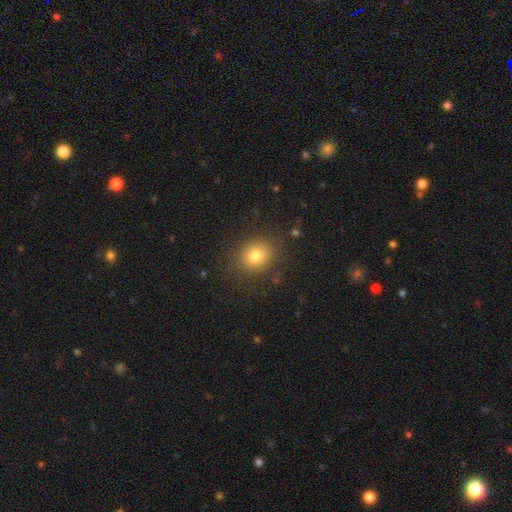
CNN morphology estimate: Smooth or featured? smooth (78%)
How rounded? round (65%)
Merging? none (85%)